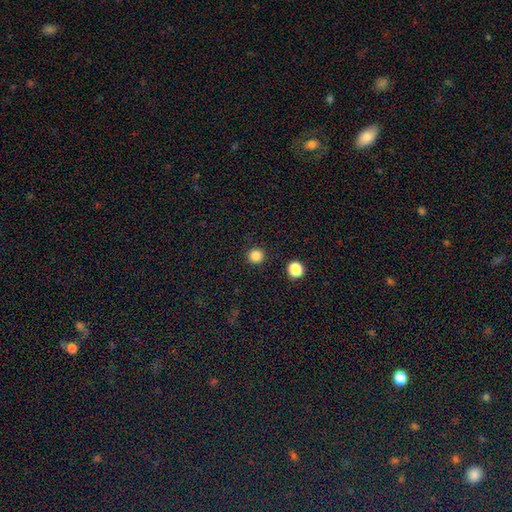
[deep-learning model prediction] smooth-or-featured: smooth: 84% | star or artifact: 13% | featured or disk: 3%
  how-rounded: round: 95% | in between: 4% | cigar-shaped: 1%
  merging: none: 91% | minor disturbance: 5% | major disturbance: 2% | merger: 2%